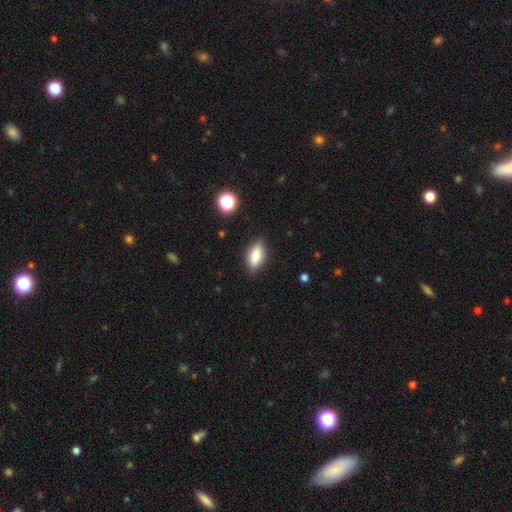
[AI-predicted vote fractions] smooth_or_featured: smooth (p=0.77) [alt: featured or disk p=0.15]
how_rounded: in between (p=0.80) [alt: cigar-shaped p=0.16]
merging: none (p=0.85) [alt: minor disturbance p=0.12]